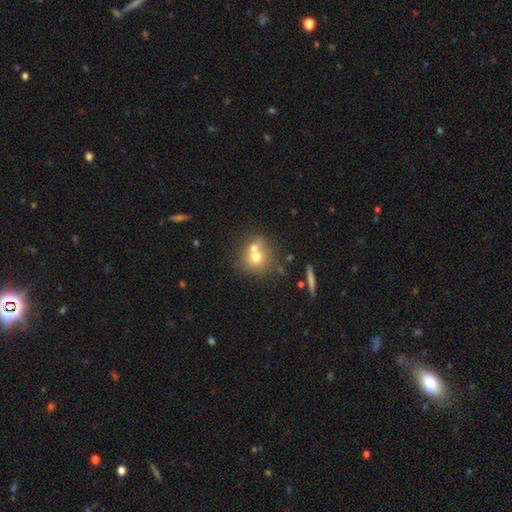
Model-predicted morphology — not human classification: smooth 67%, featured or disk 21%, star or artifact 12%. Down the decision tree: how rounded — round (83%); merging — merger (46%).